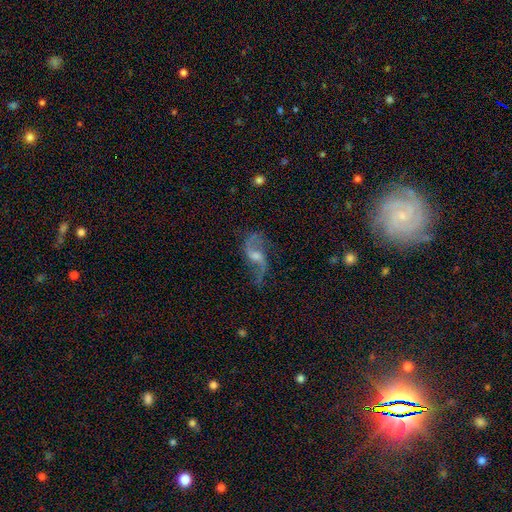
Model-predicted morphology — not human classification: Smooth or featured? Predicted: featured or disk (p=0.84). Edge-on disk? Predicted: no (p=0.95). Bar? Predicted: weak (p=0.48). Spiral arms? Predicted: yes (p=0.95). Spiral winding? Predicted: loose (p=0.78). Spiral arm count? Predicted: 2 (p=0.90). Bulge size? Predicted: moderate (p=0.45). Merging? Predicted: none (p=0.69).